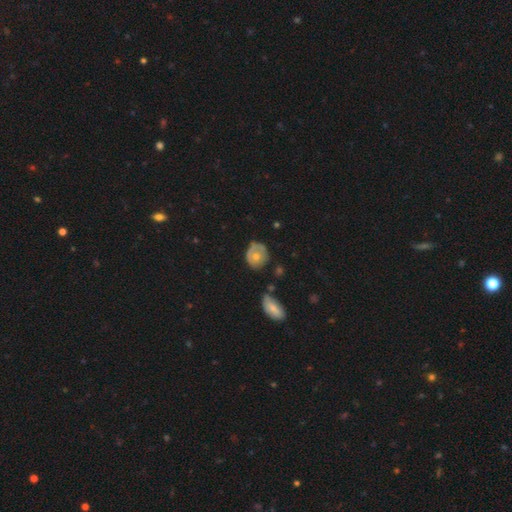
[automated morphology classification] Overall: smooth (53%; featured or disk 40%). How rounded: round (71%). Merging: none (51%; minor disturbance 31%).